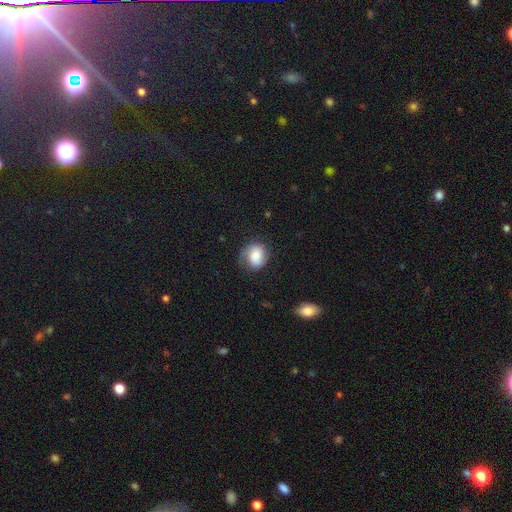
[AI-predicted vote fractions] Morphology: type=smooth (60%); roundness=round (62%); merging=none (59%).